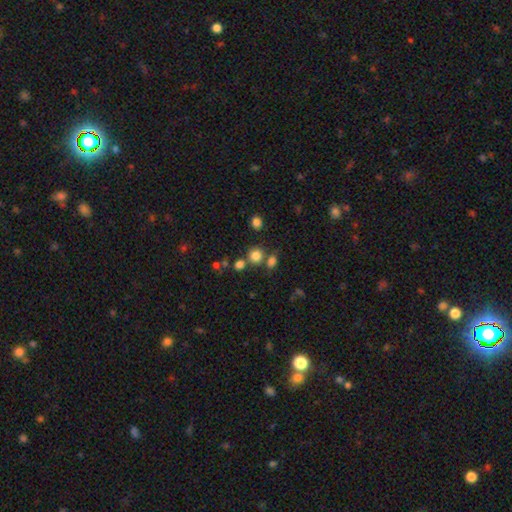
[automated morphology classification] Smooth or featured: smooth — 79% (star or artifact — 15%)
How rounded: round — 85% (in between — 14%)
Merging: none — 69% (merger — 18%)